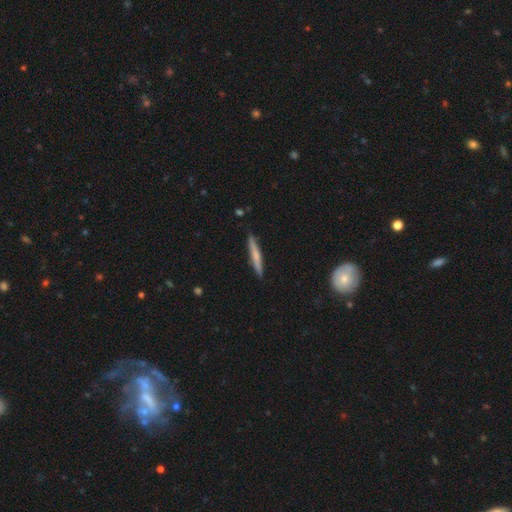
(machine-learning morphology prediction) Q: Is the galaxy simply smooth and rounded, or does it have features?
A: smooth — 59%.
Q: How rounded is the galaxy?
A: cigar-shaped — 95%.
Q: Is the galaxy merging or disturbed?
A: none — 89%.